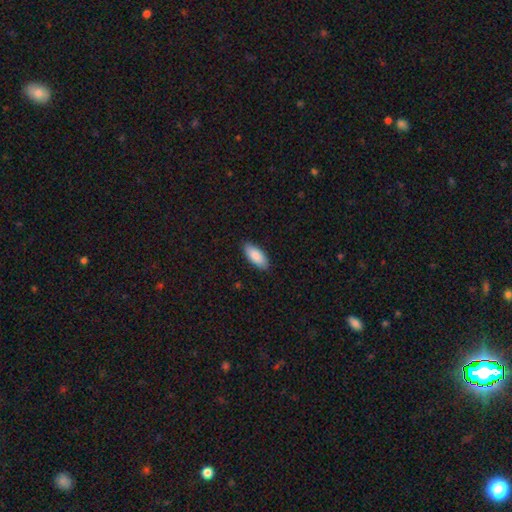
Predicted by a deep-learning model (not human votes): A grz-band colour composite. It shows a smooth galaxy with no disk features (89%) that is in between round and cigar-shaped (86%). Merging: none (88%).